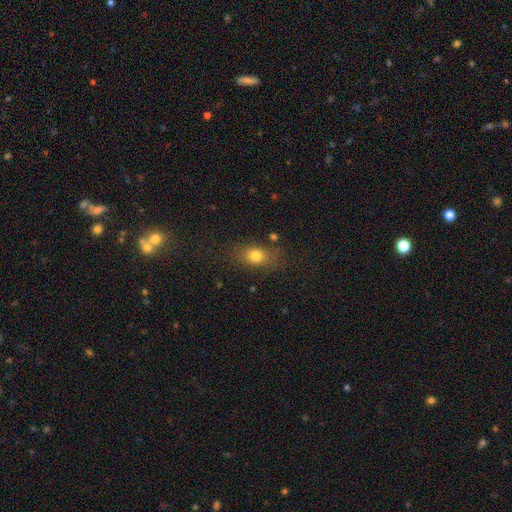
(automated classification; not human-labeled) Smooth or featured: smooth — 78% (star or artifact — 12%)
How rounded: in between — 64% (round — 33%)
Merging: none — 73% (minor disturbance — 17%)